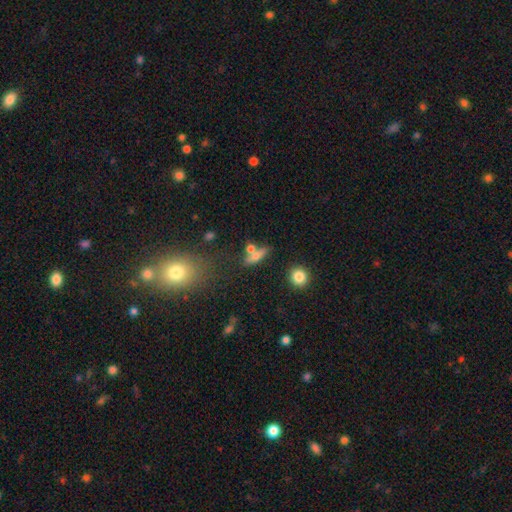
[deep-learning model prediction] Smooth or featured? Predicted: smooth (p=0.63). How rounded? Predicted: in between (p=0.44). Merging? Predicted: none (p=0.53).